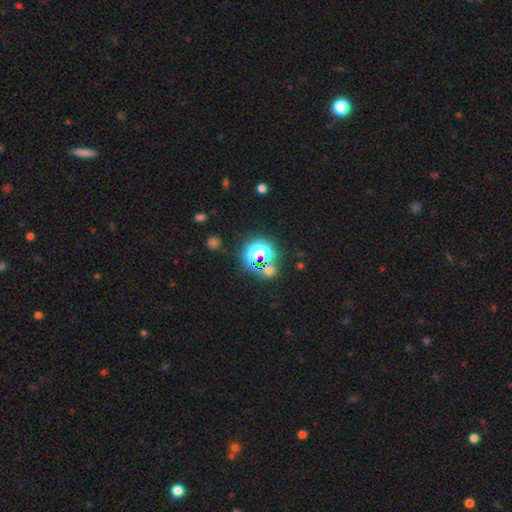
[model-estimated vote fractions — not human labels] The model was most divided on "smooth or featured": star or artifact: 52%, smooth: 37%, featured or disk: 11%.